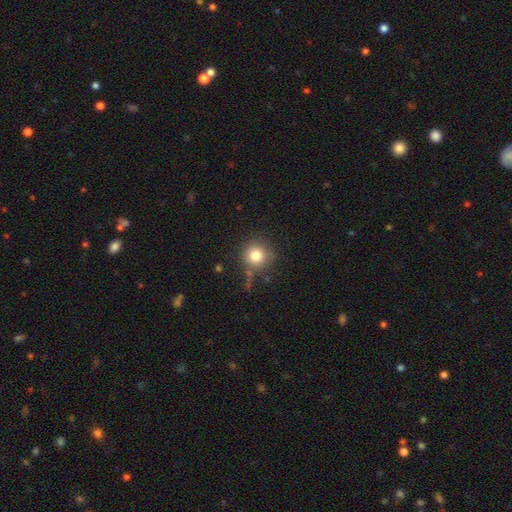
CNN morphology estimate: Smooth or featured?
  - smooth: 80% *
  - star or artifact: 12%
  - featured or disk: 8%
How rounded?
  - round: 93% *
  - in between: 6%
  - cigar-shaped: 1%
Merging?
  - none: 76% *
  - minor disturbance: 13%
  - merger: 6%
  - major disturbance: 5%